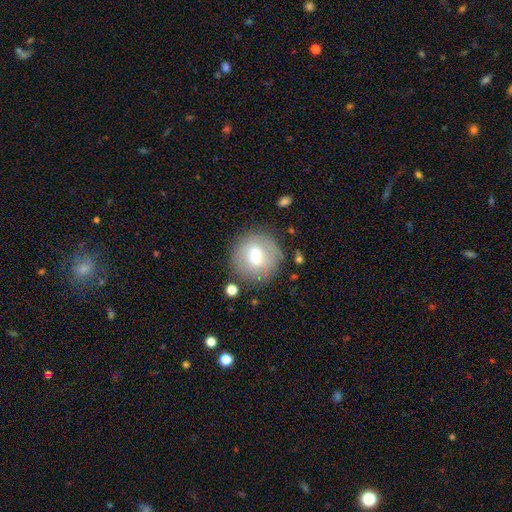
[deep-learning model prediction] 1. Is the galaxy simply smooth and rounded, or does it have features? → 62% smooth, 29% featured or disk, 9% star or artifact.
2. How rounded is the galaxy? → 92% round, 7% in between, 1% cigar-shaped.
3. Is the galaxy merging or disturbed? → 78% none, 13% minor disturbance, 5% major disturbance, 3% merger.